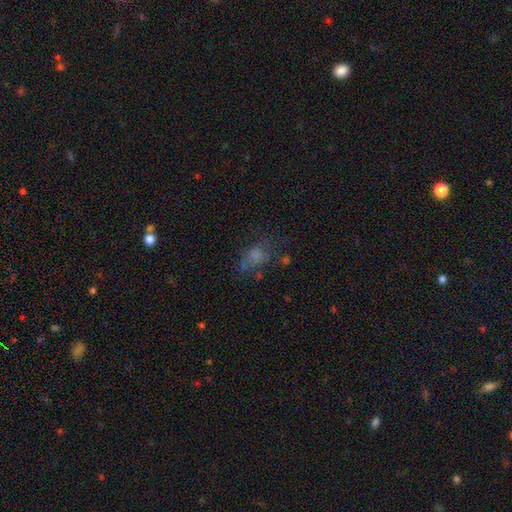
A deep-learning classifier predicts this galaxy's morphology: Overall: smooth (60%; featured or disk 21%). How rounded: in between (66%; round 30%). Merging: none (43%; major disturbance 25%).